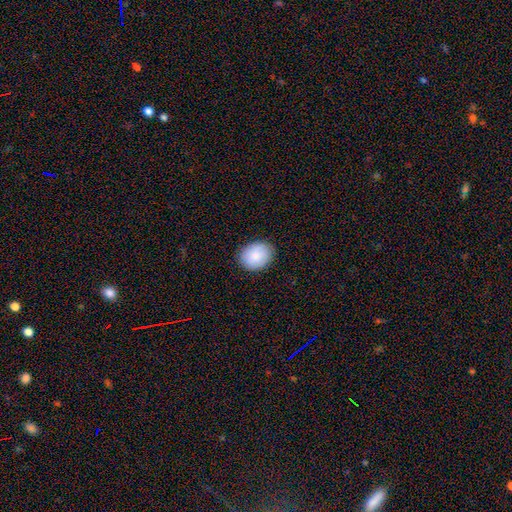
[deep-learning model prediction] This is clearly a smooth galaxy (85%). How rounded: possibly round (50%). Merging: clearly none (86%).